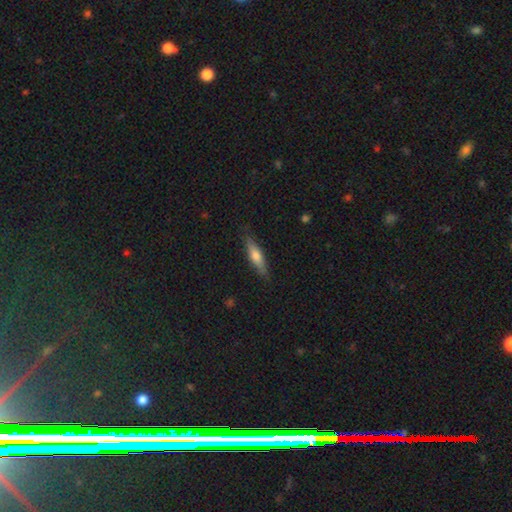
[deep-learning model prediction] A smooth galaxy with no disk features (58%) that is cigar-shaped (69%).

Vote fractions:
- Smooth or featured? smooth: 58% / featured or disk: 36% / star or artifact: 6%
- How rounded? cigar-shaped: 69% / in between: 29% / round: 2%
- Merging? none: 83% / minor disturbance: 13% / major disturbance: 3% / merger: 1%